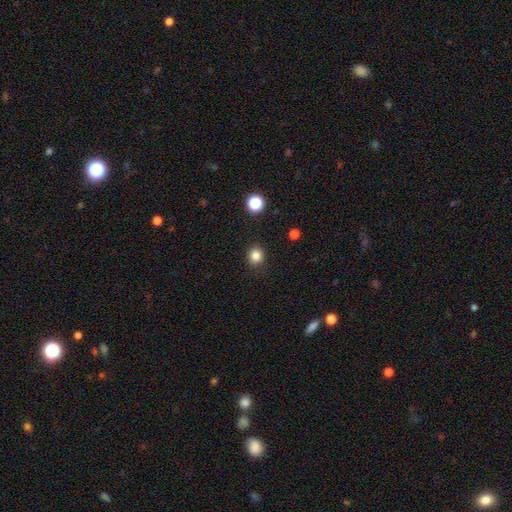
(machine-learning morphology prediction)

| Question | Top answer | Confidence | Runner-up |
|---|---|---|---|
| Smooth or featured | smooth | 83% | star or artifact (12%) |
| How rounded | round | 83% | in between (16%) |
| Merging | none | 88% | minor disturbance (8%) |